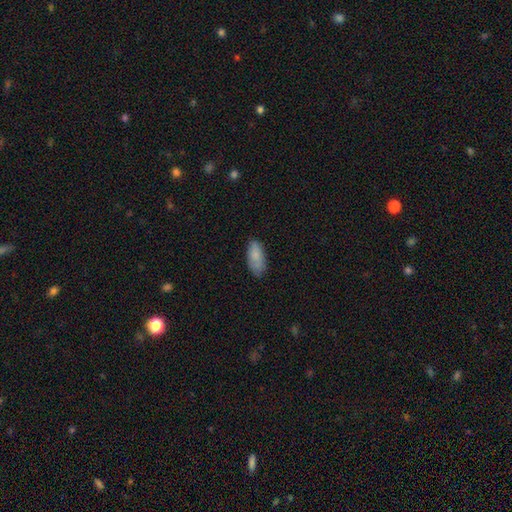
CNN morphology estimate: Overall: smooth (82%). How rounded: in between (88%). Merging: none (75%).